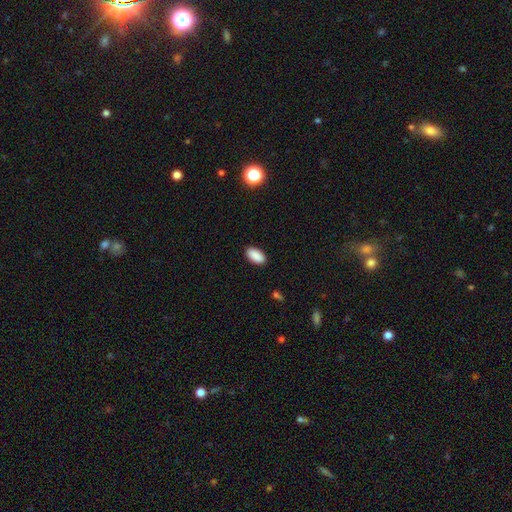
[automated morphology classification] type=smooth (90%); roundness=in between (93%); merging=none (89%).